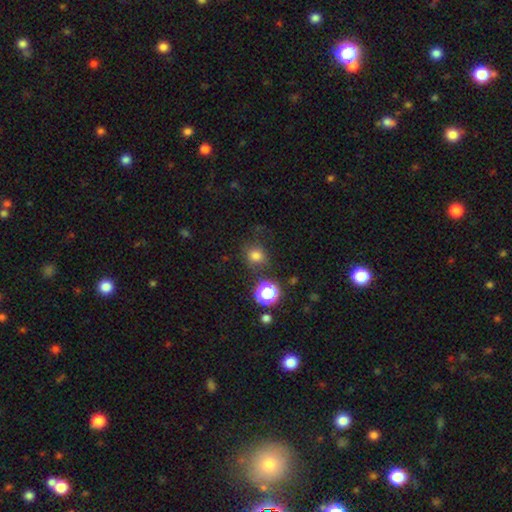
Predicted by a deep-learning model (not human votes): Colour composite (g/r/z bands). It shows a smooth galaxy with no disk features (75%) that is round (81%). Merging: none (74%).